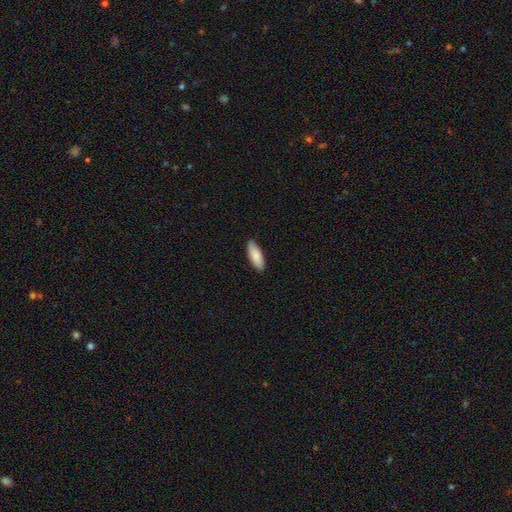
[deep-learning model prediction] This appears to be a smooth galaxy with no disk features (87%) that is in between round and cigar-shaped (71%). Merging: none (88%).